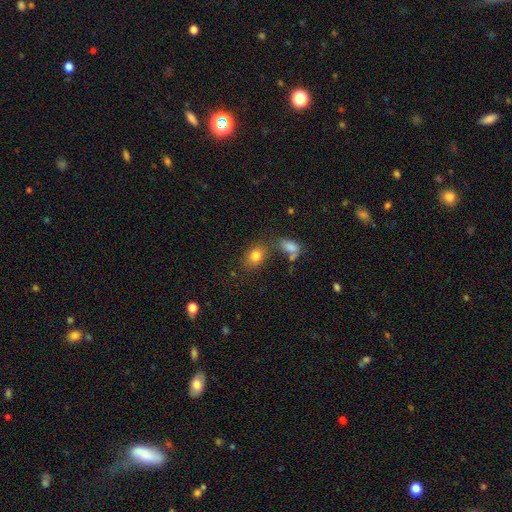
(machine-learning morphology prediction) Smooth or featured? smooth (81%)
How rounded? in between (70%)
Merging? none (66%)